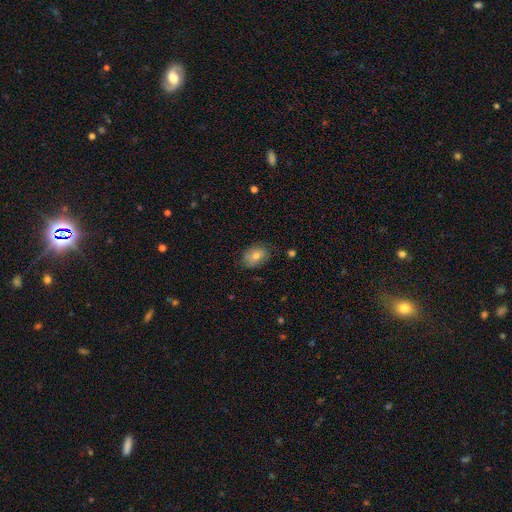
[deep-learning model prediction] Smooth or featured? smooth (69%)
How rounded? in between (76%)
Merging? none (76%)